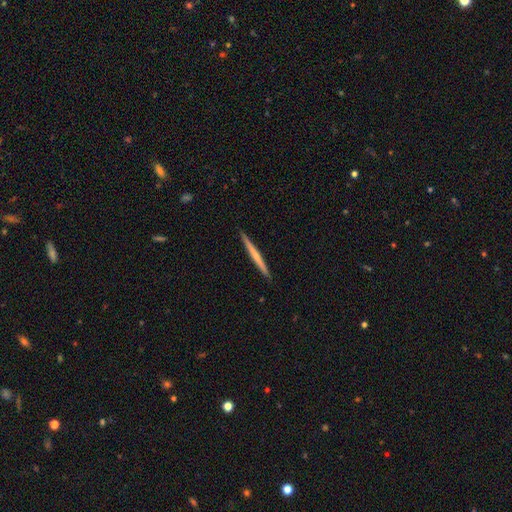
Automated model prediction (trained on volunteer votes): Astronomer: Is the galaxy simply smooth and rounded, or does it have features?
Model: featured or disk — 56% (runner-up: smooth, 39%).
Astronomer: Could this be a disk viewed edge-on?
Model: yes — 98%.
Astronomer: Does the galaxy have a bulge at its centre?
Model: none — 55% (runner-up: rounded, 41%).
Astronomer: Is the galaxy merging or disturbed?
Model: none — 92%.